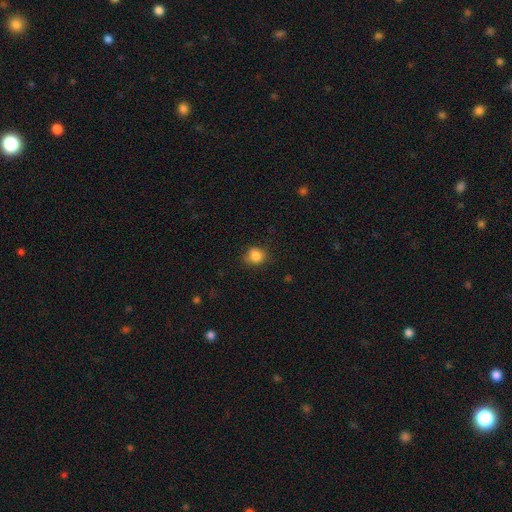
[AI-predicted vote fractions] Smooth or featured? smooth (84%)
How rounded? round (69%)
Merging? none (69%)